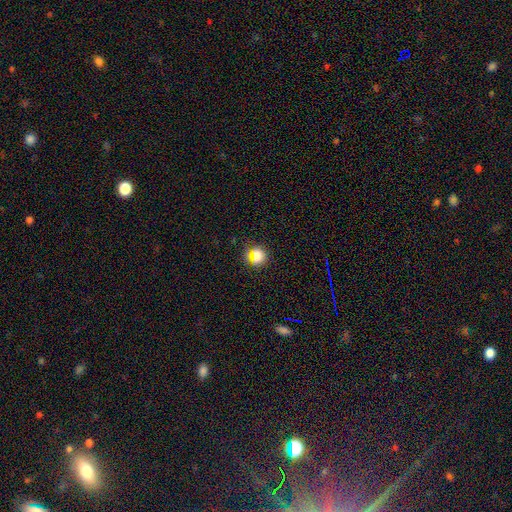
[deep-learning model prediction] Overall: smooth (70%). How rounded: round (84%). Merging: none (80%).